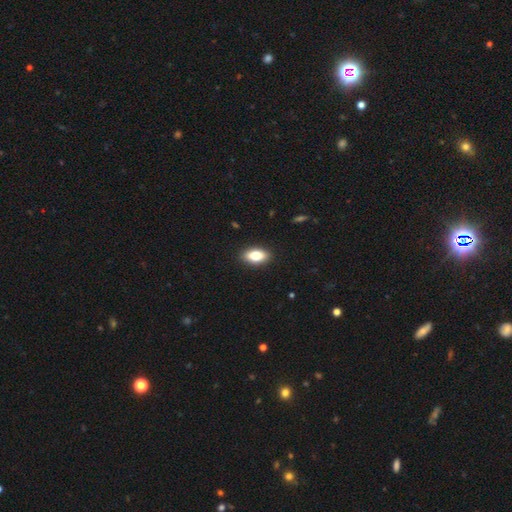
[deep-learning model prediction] smooth_or_featured: smooth (p=0.80) [alt: featured or disk p=0.13]
how_rounded: in between (p=0.88) [alt: round p=0.07]
merging: none (p=0.90) [alt: minor disturbance p=0.07]